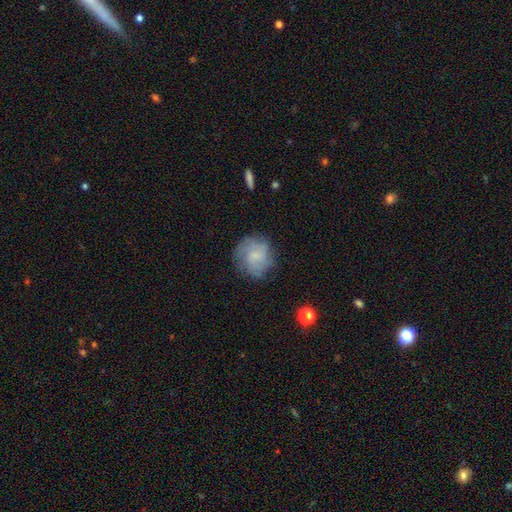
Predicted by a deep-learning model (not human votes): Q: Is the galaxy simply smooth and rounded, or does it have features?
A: featured or disk — 48%.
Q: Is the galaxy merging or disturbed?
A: none — 70%.